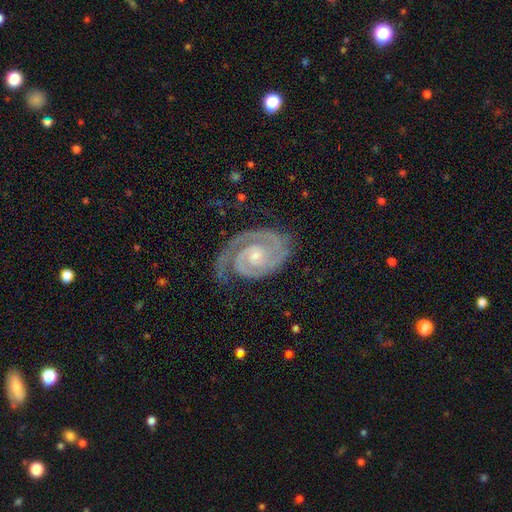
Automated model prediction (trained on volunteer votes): featured or disk 92%, star or artifact 4%, smooth 4%. Down the decision tree: edge-on disk — no (98%); bar — no (65%); spiral arms — yes (99%); spiral arm count — 2 (83%); spiral winding — tight (72%); bulge size — small (65%); merging — none (71%).